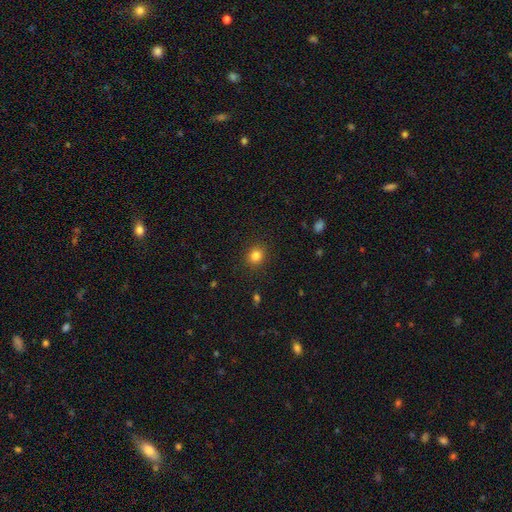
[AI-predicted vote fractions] Q: Smooth or featured?
A: smooth (83%); runner-up: star or artifact (12%)
Q: How rounded?
A: round (80%); runner-up: in between (19%)
Q: Merging?
A: none (90%); runner-up: minor disturbance (7%)